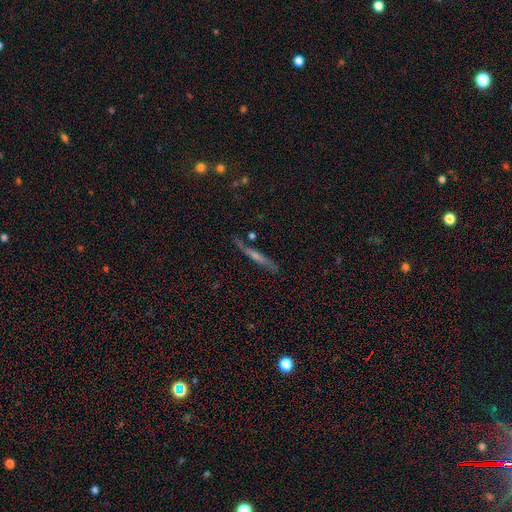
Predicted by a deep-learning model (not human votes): Q: Smooth or featured?
A: featured or disk (60%); runner-up: smooth (30%)
Q: Edge-on disk?
A: yes (92%); runner-up: no (8%)
Q: Edge-on bulge?
A: rounded (52%); runner-up: none (39%)
Q: Merging?
A: none (79%); runner-up: minor disturbance (14%)